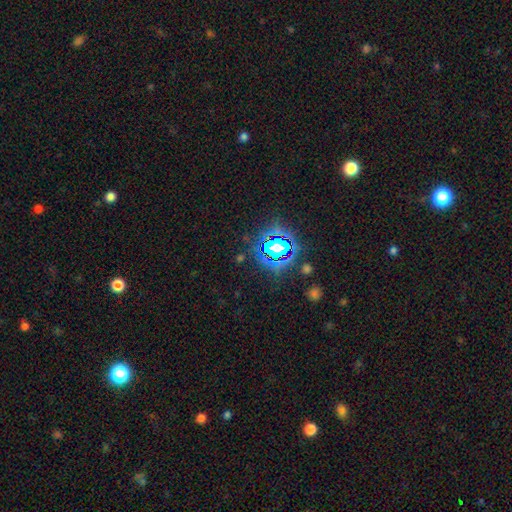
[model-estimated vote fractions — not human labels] Smooth or featured: star or artifact — 82% (smooth — 11%)